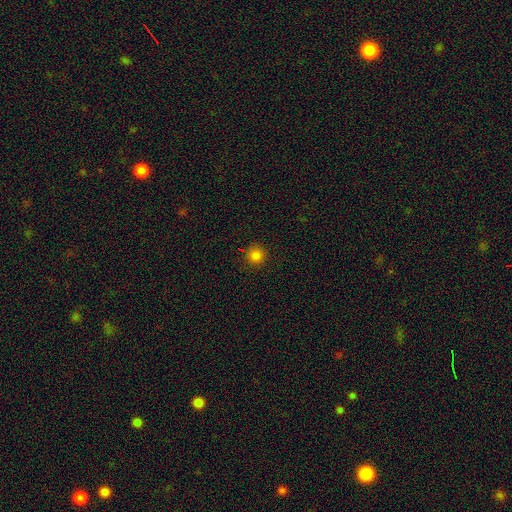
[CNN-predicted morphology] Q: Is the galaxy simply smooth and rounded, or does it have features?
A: smooth — 82%.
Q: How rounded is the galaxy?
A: round — 94%.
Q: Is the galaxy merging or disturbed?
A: none — 90%.